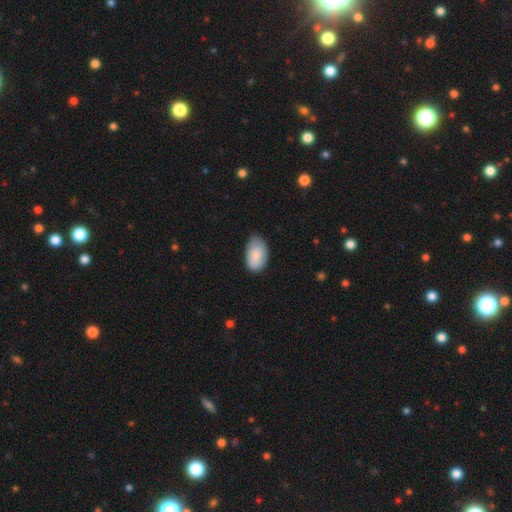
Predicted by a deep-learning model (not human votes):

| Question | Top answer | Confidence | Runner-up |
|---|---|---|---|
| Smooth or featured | smooth | 84% | featured or disk (11%) |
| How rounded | in between | 93% | round (5%) |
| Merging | none | 71% | minor disturbance (24%) |